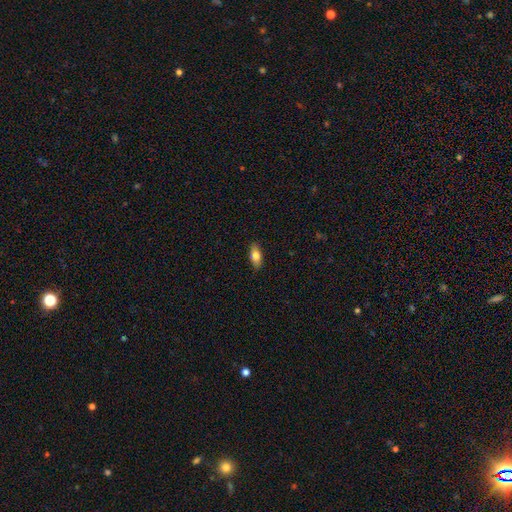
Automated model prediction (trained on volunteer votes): smooth 75%, featured or disk 19%, star or artifact 7%. Down the decision tree: how rounded — in between (82%); merging — none (88%).